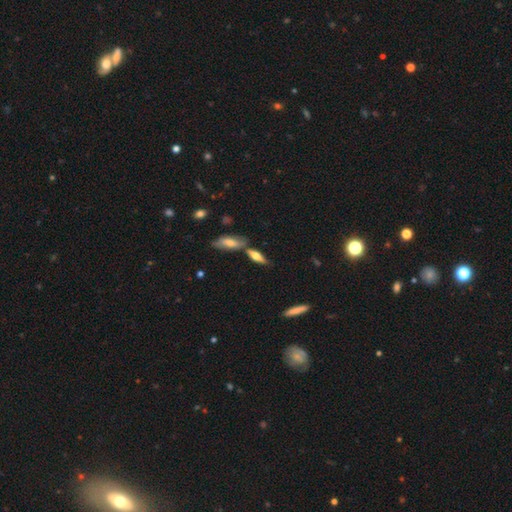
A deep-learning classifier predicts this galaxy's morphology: Smooth or featured?
  - smooth: 51% *
  - featured or disk: 42%
  - star or artifact: 8%
How rounded?
  - cigar-shaped: 49% *
  - in between: 48%
  - round: 3%
Merging?
  - none: 62% *
  - merger: 18%
  - minor disturbance: 15%
  - major disturbance: 4%